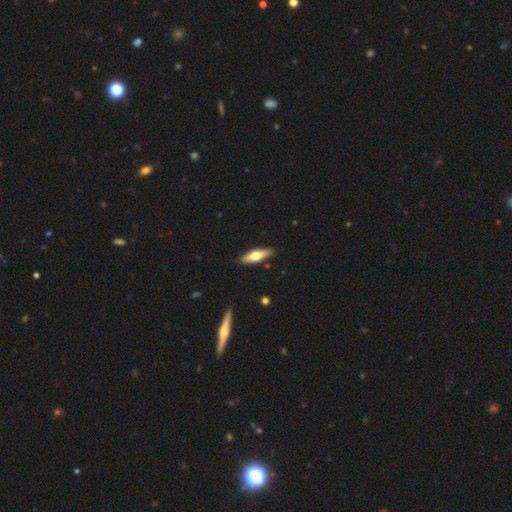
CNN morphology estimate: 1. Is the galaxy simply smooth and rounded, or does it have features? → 49% smooth, 45% featured or disk, 5% star or artifact.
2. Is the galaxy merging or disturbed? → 89% none, 8% minor disturbance, 2% major disturbance, 1% merger.